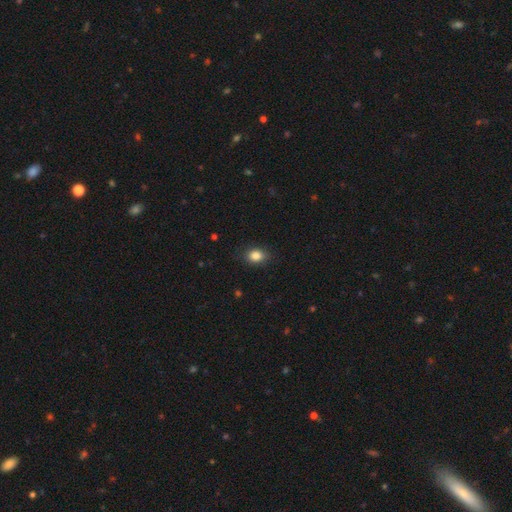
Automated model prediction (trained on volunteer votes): A smooth galaxy with no disk features (86%) that is in between round and cigar-shaped (61%).

Vote fractions:
- Smooth or featured? smooth: 86% / star or artifact: 9% / featured or disk: 5%
- How rounded? in between: 61% / round: 38% / cigar-shaped: 1%
- Merging? none: 84% / minor disturbance: 12% / major disturbance: 3% / merger: 1%